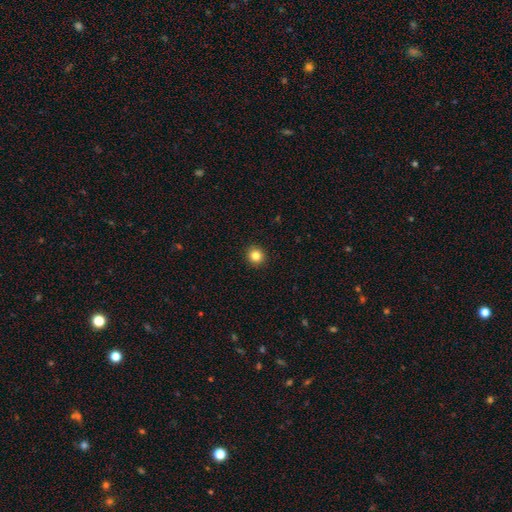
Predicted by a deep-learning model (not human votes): This appears to be a smooth galaxy with no disk features (83%) that is round (93%). Merging: none (93%).